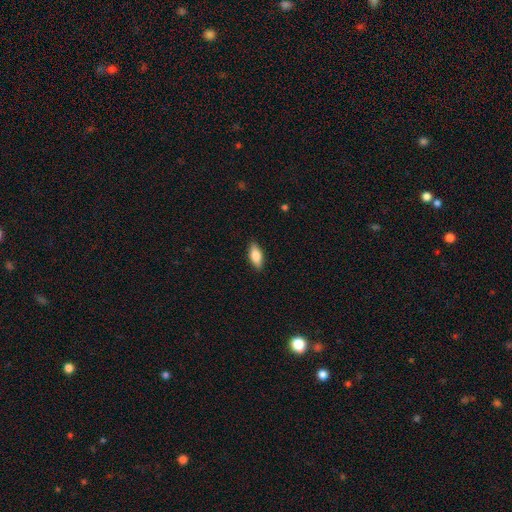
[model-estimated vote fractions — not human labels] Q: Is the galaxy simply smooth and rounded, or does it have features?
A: smooth — 80%.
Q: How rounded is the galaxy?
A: in between — 79%.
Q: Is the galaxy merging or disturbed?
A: none — 88%.